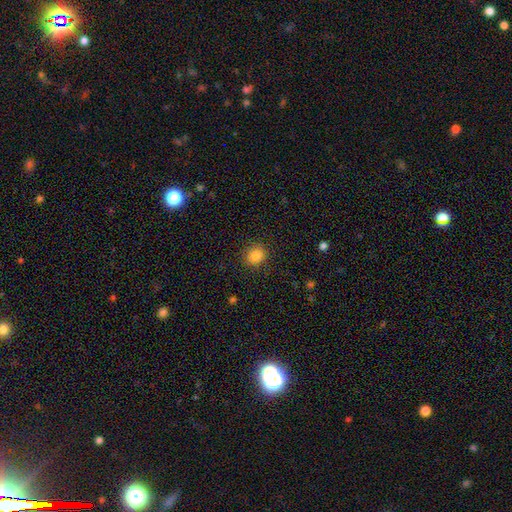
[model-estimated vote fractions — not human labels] Q: Smooth or featured?
A: smooth (84%); runner-up: star or artifact (11%)
Q: How rounded?
A: round (80%); runner-up: in between (19%)
Q: Merging?
A: none (89%); runner-up: minor disturbance (7%)